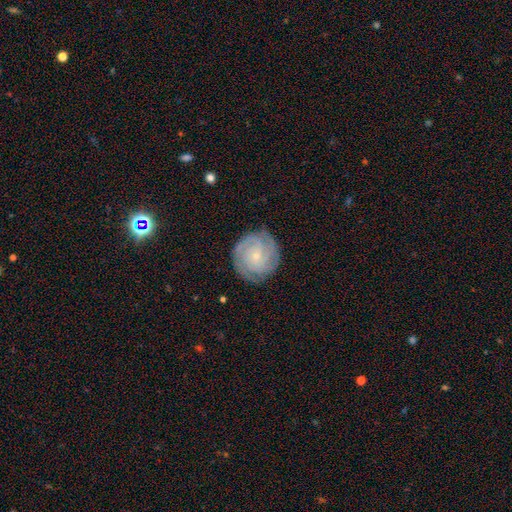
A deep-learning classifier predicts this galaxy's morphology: This appears to be a featured or disk galaxy (81%) with no bar (78%), 3 (27%) tight (80%) spiral arms (96%) and a small central bulge (83%). Merging: none (85%).